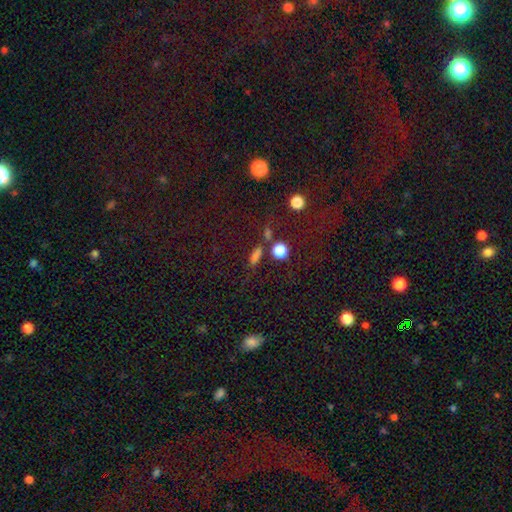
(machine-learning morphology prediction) A smooth galaxy with no disk features (65%) that is in between round and cigar-shaped (47%).

Vote fractions:
- Smooth or featured? smooth: 65% / star or artifact: 25% / featured or disk: 10%
- How rounded? in between: 47% / cigar-shaped: 27% / round: 26%
- Merging? none: 73% / minor disturbance: 12% / merger: 9% / major disturbance: 5%